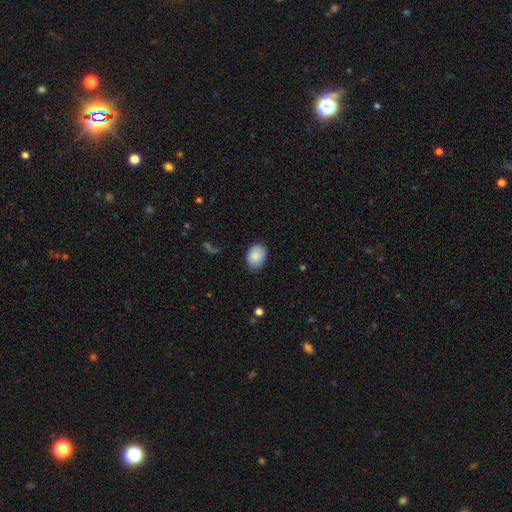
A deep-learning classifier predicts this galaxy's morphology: Smooth or featured?
  - smooth: 87% *
  - star or artifact: 7%
  - featured or disk: 6%
How rounded?
  - in between: 77% *
  - round: 22%
  - cigar-shaped: 1%
Merging?
  - none: 78% *
  - minor disturbance: 17%
  - major disturbance: 3%
  - merger: 1%